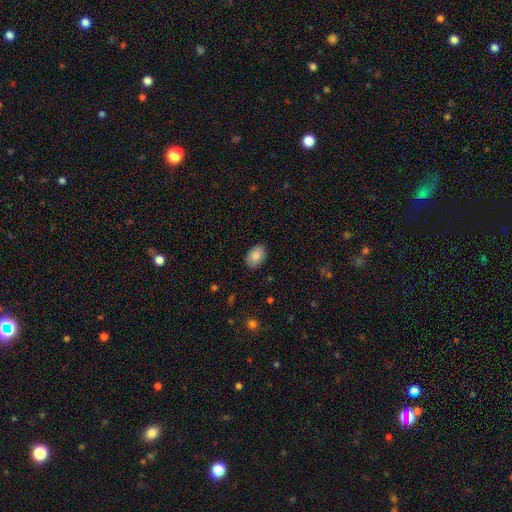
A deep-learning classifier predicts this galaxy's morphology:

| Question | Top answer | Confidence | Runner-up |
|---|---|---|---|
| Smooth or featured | smooth | 87% | star or artifact (7%) |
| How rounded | in between | 86% | round (13%) |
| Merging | none | 88% | minor disturbance (9%) |